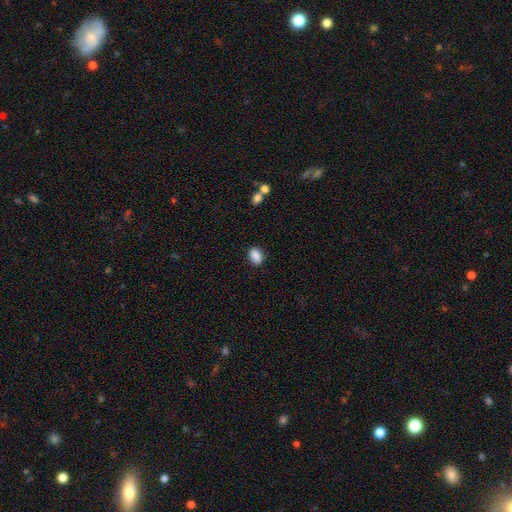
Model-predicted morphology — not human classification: Overall: smooth (88%). How rounded: in between (77%). Merging: none (86%).